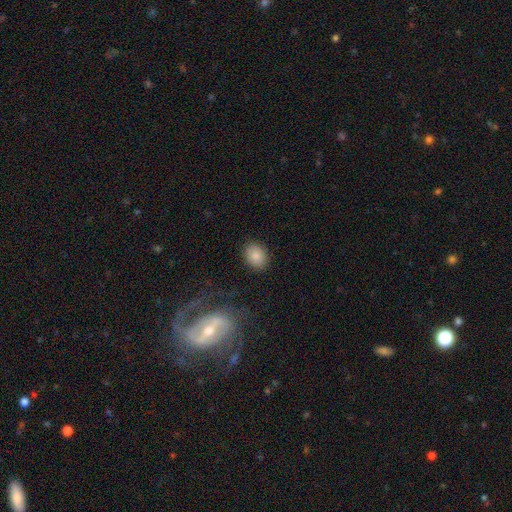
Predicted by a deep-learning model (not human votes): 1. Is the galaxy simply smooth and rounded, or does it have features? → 87% smooth, 9% star or artifact, 5% featured or disk.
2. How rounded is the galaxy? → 60% in between, 39% round, 1% cigar-shaped.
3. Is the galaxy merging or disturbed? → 88% none, 8% minor disturbance, 3% major disturbance, 1% merger.